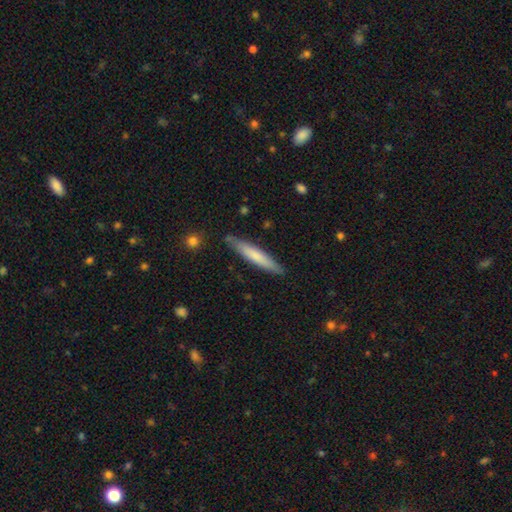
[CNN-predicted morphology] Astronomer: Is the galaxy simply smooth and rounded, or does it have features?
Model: smooth — 66%.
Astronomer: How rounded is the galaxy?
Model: cigar-shaped — 92%.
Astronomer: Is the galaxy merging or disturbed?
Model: none — 86%.